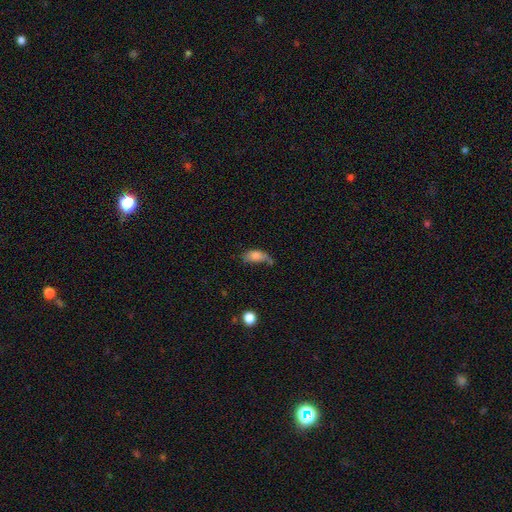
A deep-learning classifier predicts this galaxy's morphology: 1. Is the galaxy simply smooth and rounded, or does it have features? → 79% smooth, 12% featured or disk, 9% star or artifact.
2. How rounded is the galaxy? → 84% in between, 11% cigar-shaped, 5% round.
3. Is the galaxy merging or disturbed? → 36% none, 33% minor disturbance, 18% major disturbance, 13% merger.